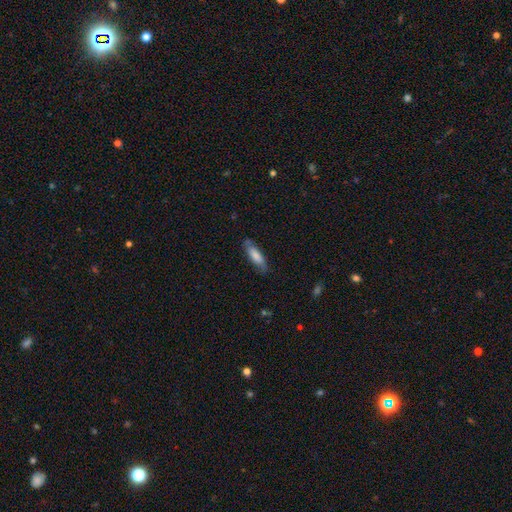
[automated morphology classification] A smooth galaxy with no disk features (74%) that is cigar-shaped (53%).

Vote fractions:
- Smooth or featured? smooth: 74% / featured or disk: 20% / star or artifact: 6%
- How rounded? cigar-shaped: 53% / in between: 45% / round: 2%
- Merging? none: 77% / minor disturbance: 18% / major disturbance: 4% / merger: 2%